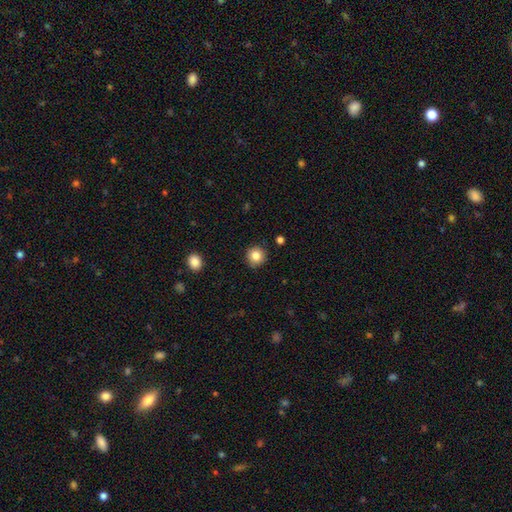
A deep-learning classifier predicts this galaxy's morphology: A smooth galaxy with no disk features (83%) that is round (93%).

Vote fractions:
- Smooth or featured? smooth: 83% / star or artifact: 10% / featured or disk: 7%
- How rounded? round: 93% / in between: 6% / cigar-shaped: 1%
- Merging? none: 90% / minor disturbance: 7% / major disturbance: 2% / merger: 1%